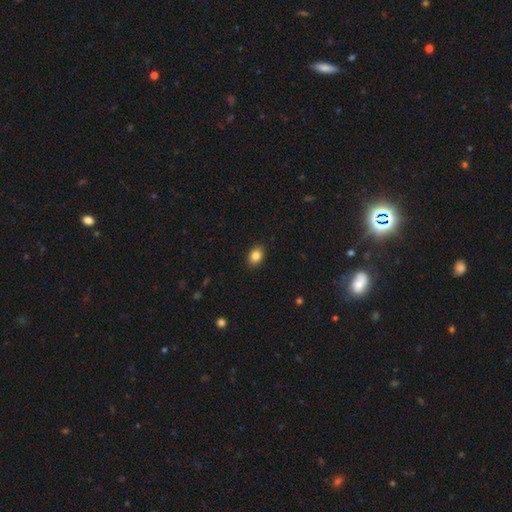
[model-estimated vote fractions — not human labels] This appears to be a smooth galaxy with no disk features (85%) that is in between round and cigar-shaped (73%). Merging: none (90%).